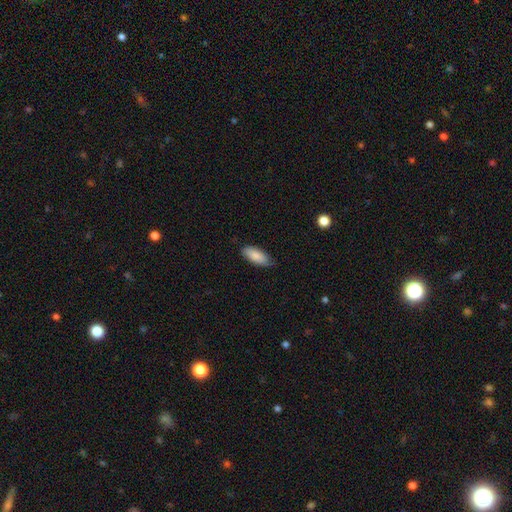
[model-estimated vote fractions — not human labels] smooth 86%, featured or disk 8%, star or artifact 6%. Down the decision tree: how rounded — in between (82%); merging — none (75%).